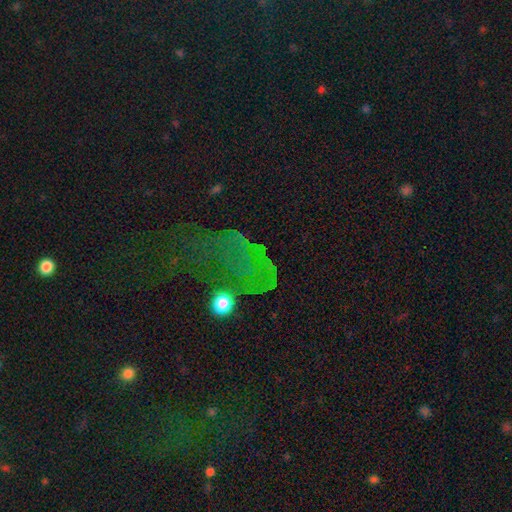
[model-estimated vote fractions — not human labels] star or artifact 52%, smooth 25%, featured or disk 23%.